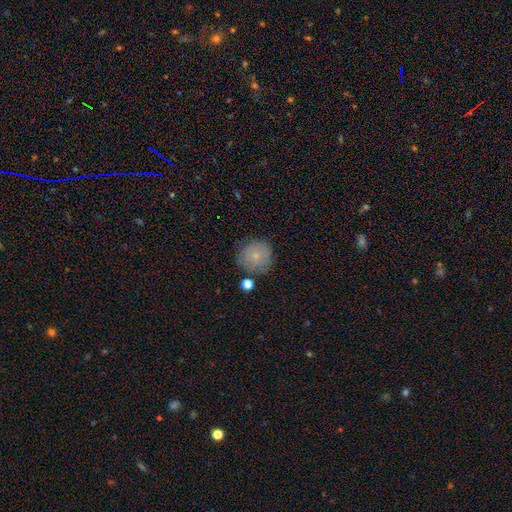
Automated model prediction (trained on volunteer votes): smooth_or_featured: smooth (p=0.75) [alt: featured or disk p=0.16]
how_rounded: round (p=0.89) [alt: in between p=0.10]
merging: none (p=0.75) [alt: minor disturbance p=0.16]